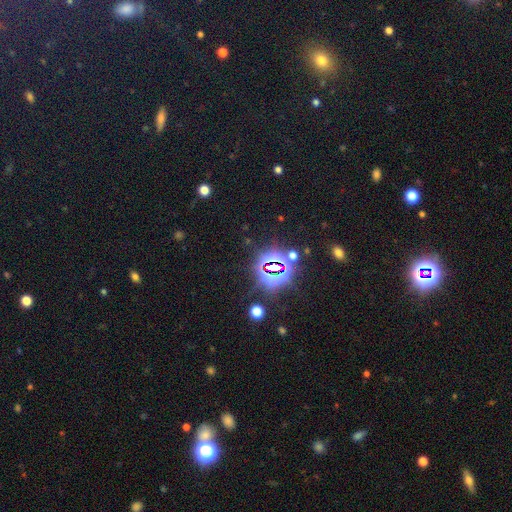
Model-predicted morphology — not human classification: This appears to be a star or artifact, not a galaxy (80%).